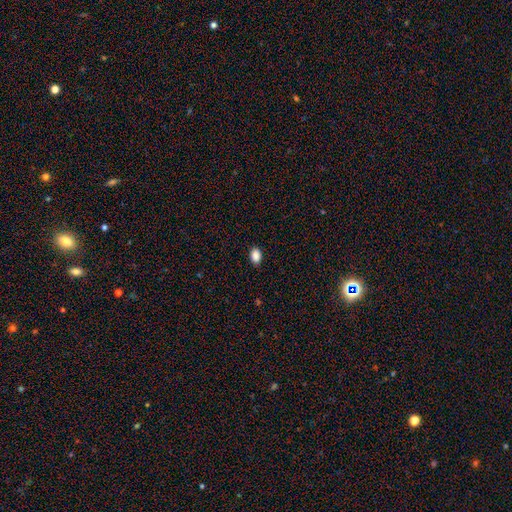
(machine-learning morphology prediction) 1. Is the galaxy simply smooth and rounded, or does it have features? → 89% smooth, 8% star or artifact, 3% featured or disk.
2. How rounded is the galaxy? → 83% in between, 15% round, 1% cigar-shaped.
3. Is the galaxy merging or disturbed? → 89% none, 8% minor disturbance, 2% major disturbance, 1% merger.